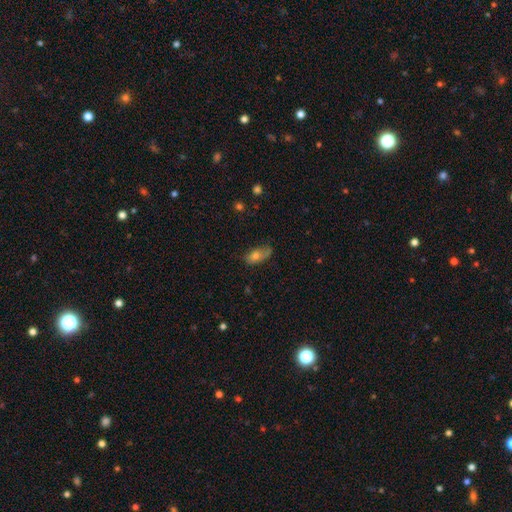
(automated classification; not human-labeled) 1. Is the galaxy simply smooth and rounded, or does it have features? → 66% smooth, 24% featured or disk, 10% star or artifact.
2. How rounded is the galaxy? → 84% in between, 9% cigar-shaped, 7% round.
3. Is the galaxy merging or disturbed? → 48% none, 34% minor disturbance, 15% major disturbance, 3% merger.